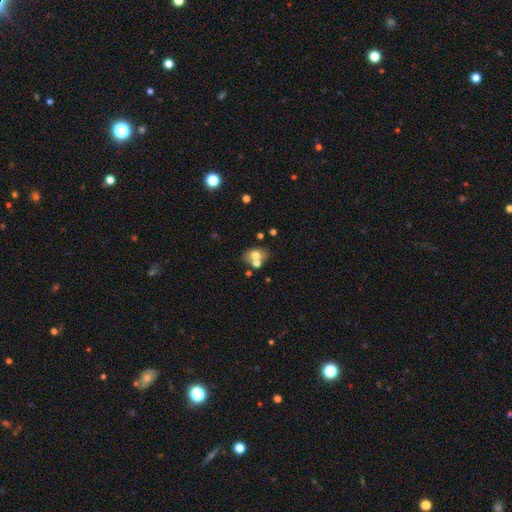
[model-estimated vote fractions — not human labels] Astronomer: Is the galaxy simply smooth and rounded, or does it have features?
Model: smooth — 65%.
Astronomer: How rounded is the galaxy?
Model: in between — 67%.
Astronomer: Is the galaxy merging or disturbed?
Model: none — 51% (runner-up: merger, 32%).